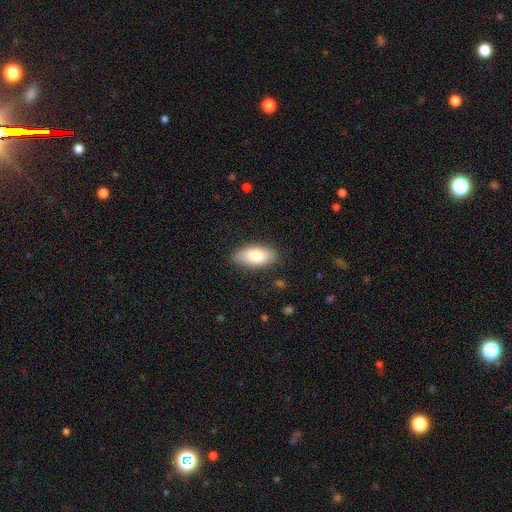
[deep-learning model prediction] Smooth or featured?
  - smooth: 81% *
  - featured or disk: 13%
  - star or artifact: 6%
How rounded?
  - in between: 88% *
  - cigar-shaped: 10%
  - round: 3%
Merging?
  - none: 85% *
  - minor disturbance: 12%
  - major disturbance: 2%
  - merger: 1%